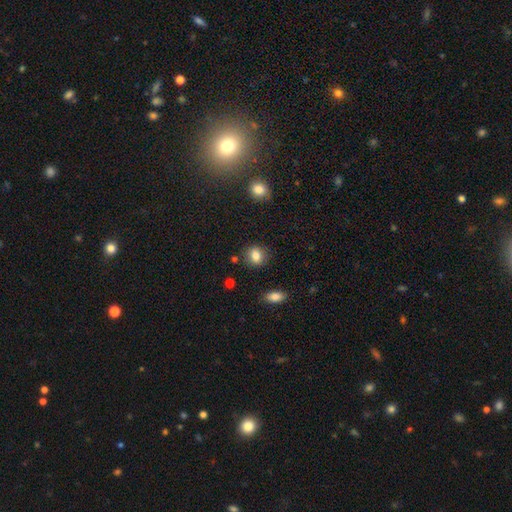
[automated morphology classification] This appears to be a smooth galaxy with no disk features (84%) that is round (63%). Merging: none (85%).